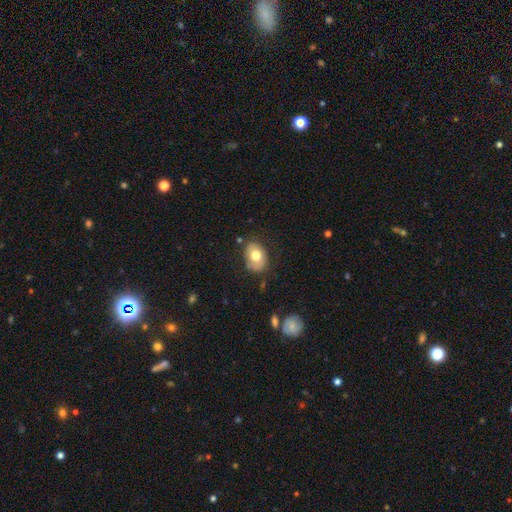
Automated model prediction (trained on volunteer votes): A smooth galaxy with no disk features (71%) that is in between round and cigar-shaped (74%).

Vote fractions:
- Smooth or featured? smooth: 71% / featured or disk: 21% / star or artifact: 8%
- How rounded? in between: 74% / round: 25% / cigar-shaped: 1%
- Merging? none: 69% / minor disturbance: 23% / major disturbance: 6% / merger: 2%